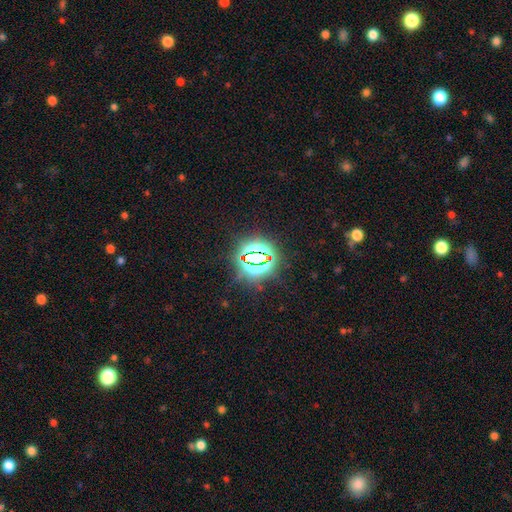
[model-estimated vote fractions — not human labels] A star or artifact, not a galaxy (78%).